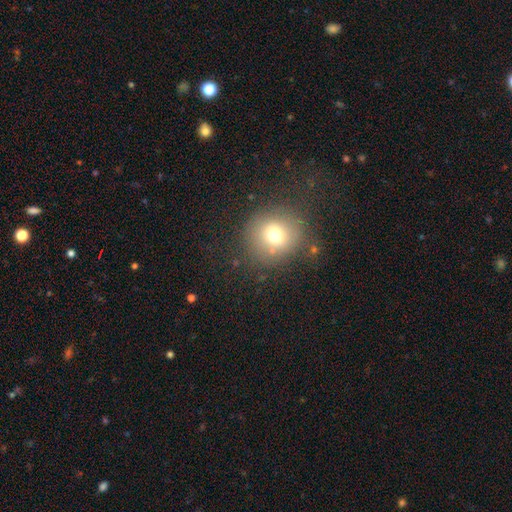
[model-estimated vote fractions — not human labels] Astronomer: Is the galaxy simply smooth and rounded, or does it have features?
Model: smooth — 64%.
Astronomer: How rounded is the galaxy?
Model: round — 84%.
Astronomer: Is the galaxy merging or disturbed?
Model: none — 75%.